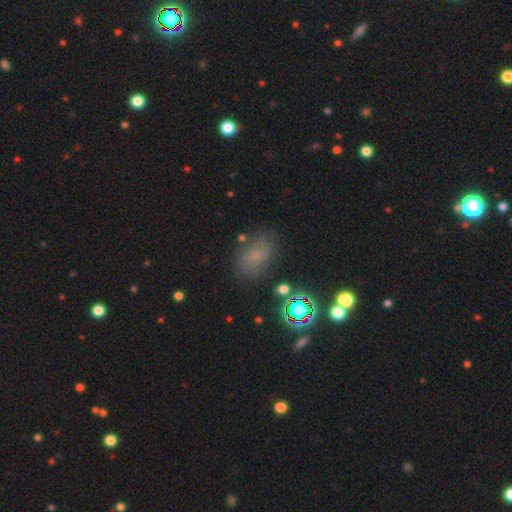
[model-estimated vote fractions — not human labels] This appears to be a smooth galaxy with no disk features (60%) that is in between round and cigar-shaped (78%). Merging: none (69%).